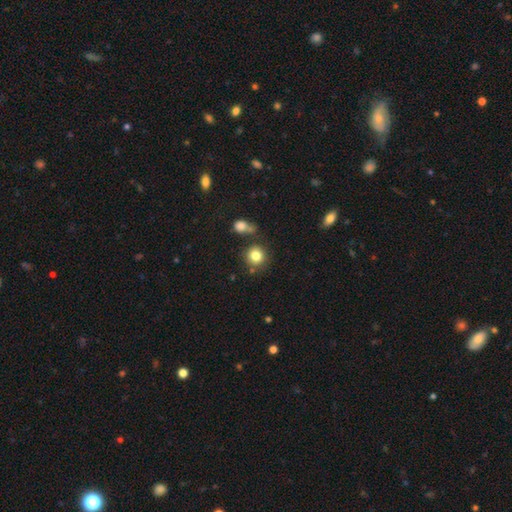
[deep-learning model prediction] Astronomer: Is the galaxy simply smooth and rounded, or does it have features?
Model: smooth — 82%.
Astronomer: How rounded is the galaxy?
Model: round — 89%.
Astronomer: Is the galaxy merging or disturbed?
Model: none — 73%.